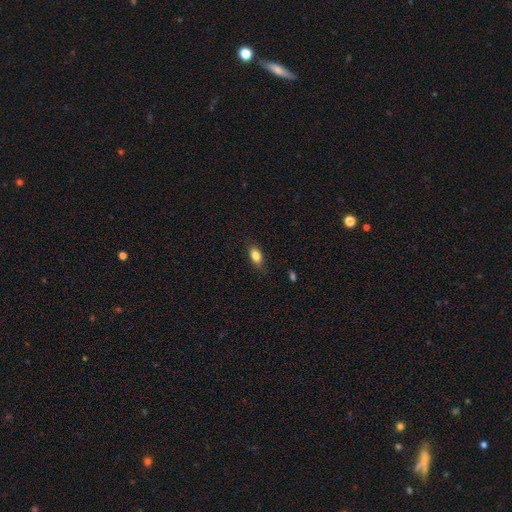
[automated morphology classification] type=smooth (81%); roundness=in between (83%); merging=none (78%).